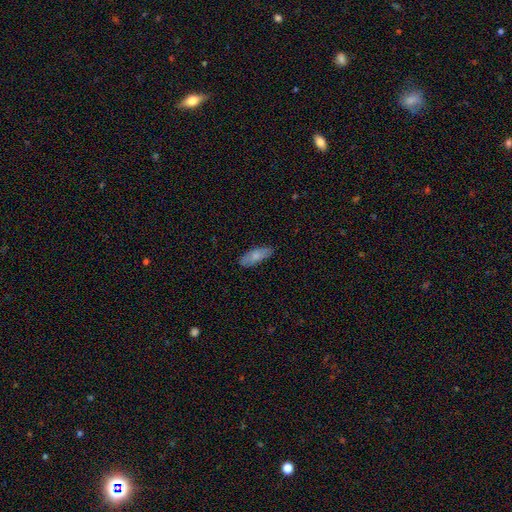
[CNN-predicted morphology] Overall: smooth (75%). How rounded: in between (73%). Merging: none (82%).